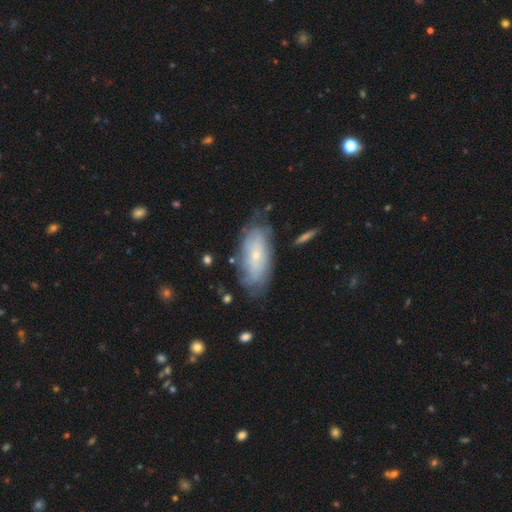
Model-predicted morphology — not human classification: Overall: featured or disk (58%; smooth 35%). Edge-on disk: no (88%). Bar: no (78%). Spiral arms: yes (71%). Bulge size: small (78%). Merging: none (64%).